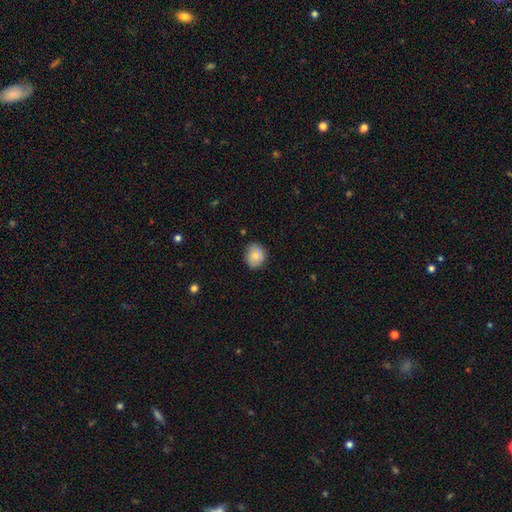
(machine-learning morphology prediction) A smooth galaxy with no disk features (75%) that is round (68%). Merging: none (79%).